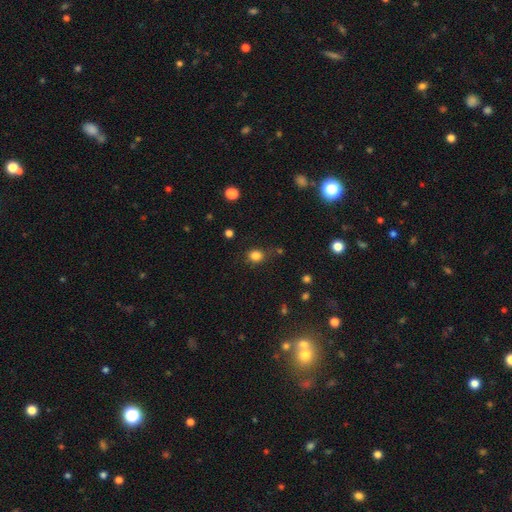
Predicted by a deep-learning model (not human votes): Smooth or featured?
  - smooth: 82% *
  - star or artifact: 13%
  - featured or disk: 5%
How rounded?
  - round: 75% *
  - in between: 24%
  - cigar-shaped: 1%
Merging?
  - none: 74% *
  - minor disturbance: 16%
  - major disturbance: 5%
  - merger: 4%